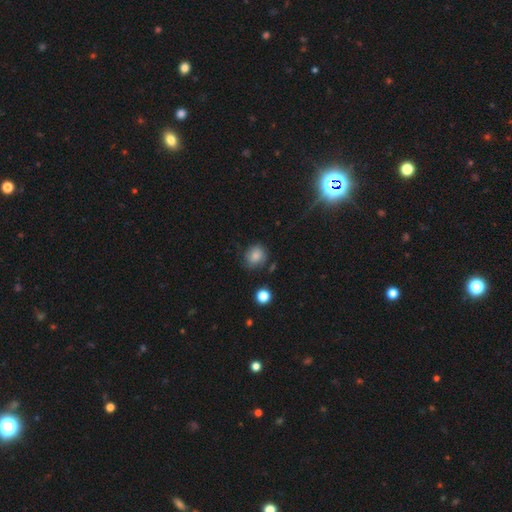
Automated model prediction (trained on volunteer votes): Smooth or featured: smooth — 80% (star or artifact — 10%)
How rounded: round — 71% (in between — 28%)
Merging: none — 72% (minor disturbance — 20%)